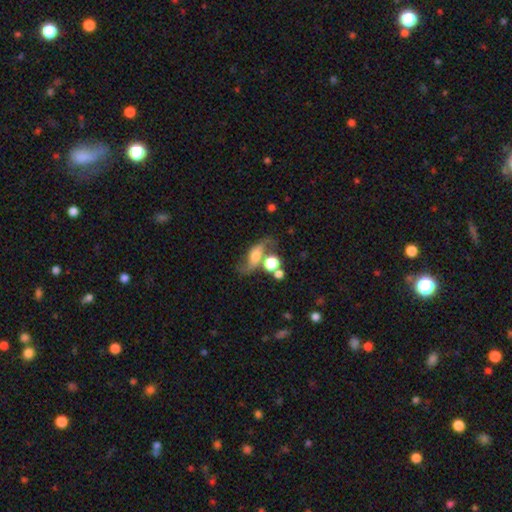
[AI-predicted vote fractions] A featured or disk galaxy (63%) with no bar (53%), 2 (91%) loose (80%) spiral arms (90%) and a moderate central bulge (37%). Merging: none (55%).